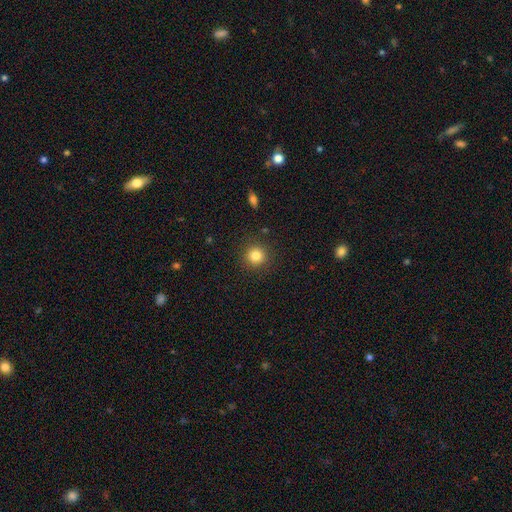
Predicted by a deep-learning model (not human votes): The model was most divided on "smooth or featured": smooth: 83%, star or artifact: 11%, featured or disk: 6%. More confident: how rounded — round (94%); merging — none (90%).